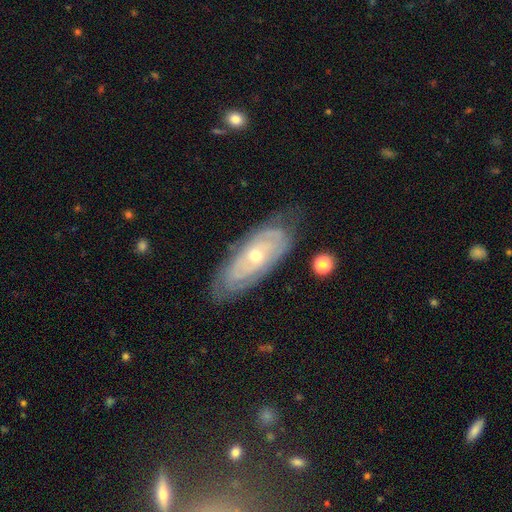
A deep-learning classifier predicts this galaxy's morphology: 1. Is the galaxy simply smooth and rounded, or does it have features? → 79% featured or disk, 15% smooth, 6% star or artifact.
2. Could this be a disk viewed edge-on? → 87% no, 13% yes.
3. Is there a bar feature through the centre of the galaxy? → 79% no, 16% weak, 5% strong.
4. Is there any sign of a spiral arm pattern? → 82% yes, 18% no.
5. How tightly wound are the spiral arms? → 78% tight, 17% medium, 5% loose.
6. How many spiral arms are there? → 59% can't tell, 19% 2, 9% 3, 5% 4, 4% more than 4, 4% 1.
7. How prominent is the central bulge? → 50% small, 47% moderate, 1% large, 1% none, 1% dominant.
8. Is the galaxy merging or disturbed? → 76% none, 18% minor disturbance, 5% major disturbance, 2% merger.